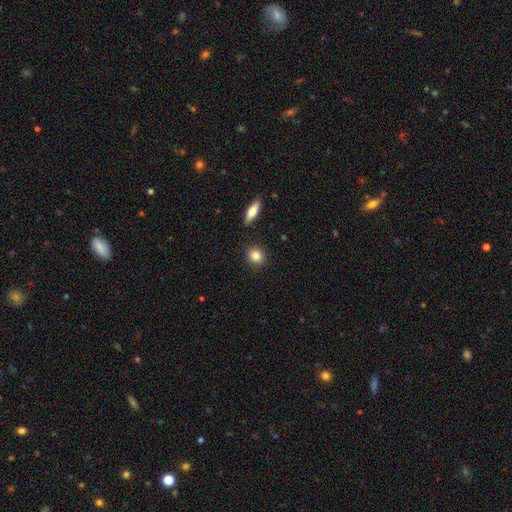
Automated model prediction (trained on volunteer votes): Smooth or featured? smooth (85%)
How rounded? round (79%)
Merging? none (89%)